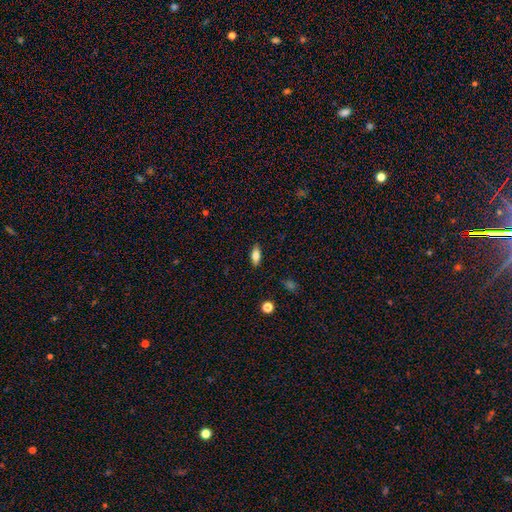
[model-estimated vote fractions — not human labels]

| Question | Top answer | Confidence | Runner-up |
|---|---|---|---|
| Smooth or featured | smooth | 72% | featured or disk (20%) |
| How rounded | in between | 79% | cigar-shaped (17%) |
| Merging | none | 88% | minor disturbance (9%) |